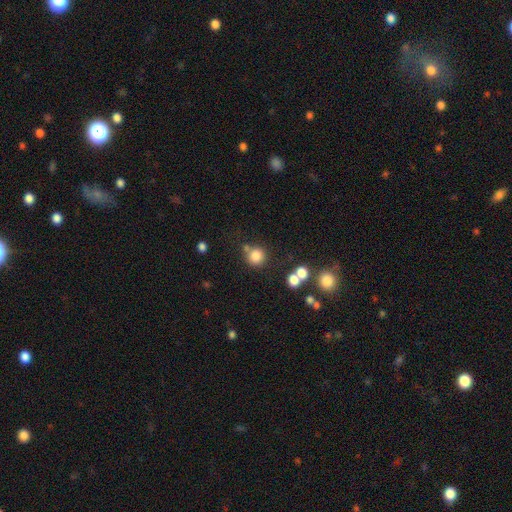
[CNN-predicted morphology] Smooth or featured? Predicted: smooth (p=0.81). How rounded? Predicted: round (p=0.90). Merging? Predicted: none (p=0.67).